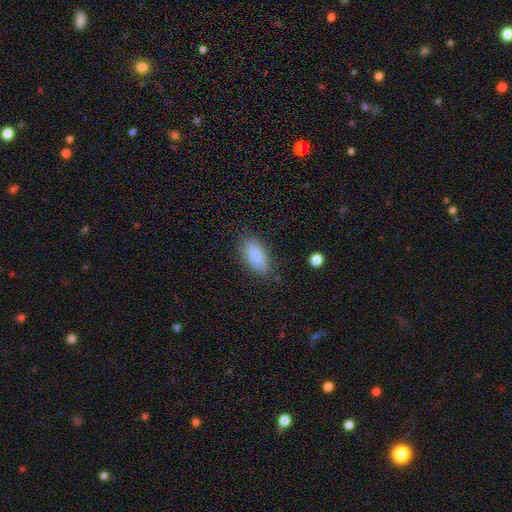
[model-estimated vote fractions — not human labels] The model was most divided on "how rounded": in between: 82%, cigar-shaped: 16%, round: 3%. More confident: smooth or featured — smooth (85%); merging — none (82%).